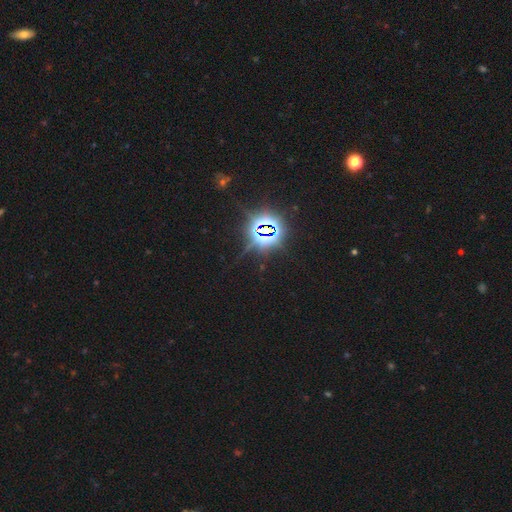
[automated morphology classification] The model was most divided on "smooth or featured": star or artifact: 85%, smooth: 10%, featured or disk: 5%.